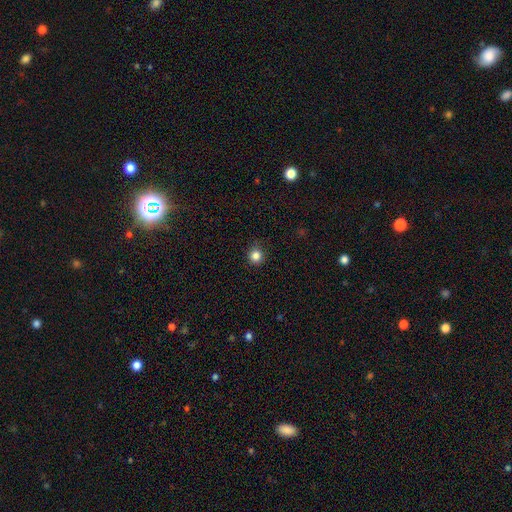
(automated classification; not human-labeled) Smooth or featured? smooth (84%)
How rounded? round (92%)
Merging? none (88%)